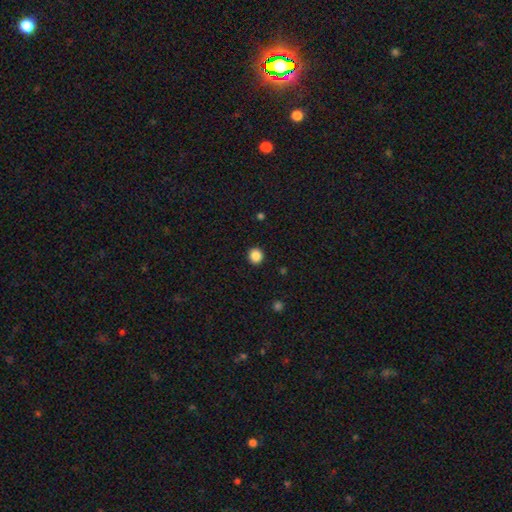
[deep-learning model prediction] smooth 87%, star or artifact 10%, featured or disk 3%. Down the decision tree: how rounded — round (93%); merging — none (93%).